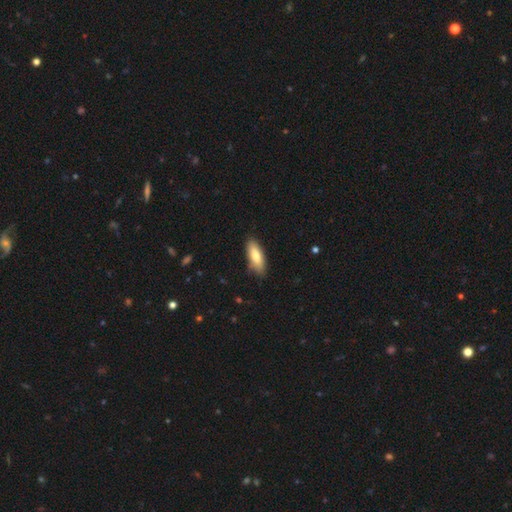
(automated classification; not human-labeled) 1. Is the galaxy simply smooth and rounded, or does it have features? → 77% smooth, 18% featured or disk, 6% star or artifact.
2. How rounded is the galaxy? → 67% in between, 31% cigar-shaped, 2% round.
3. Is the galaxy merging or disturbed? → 81% none, 15% minor disturbance, 2% major disturbance, 1% merger.